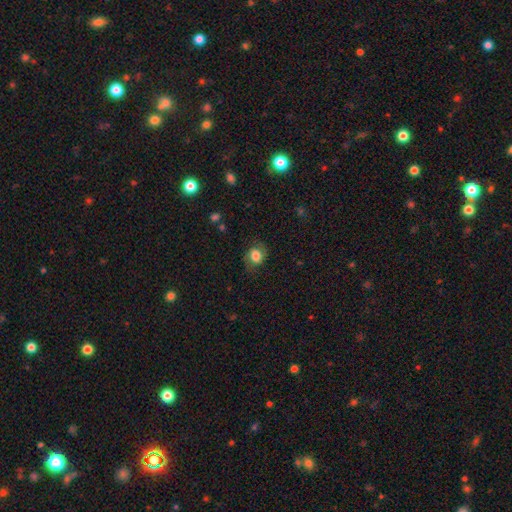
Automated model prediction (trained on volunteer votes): This is likely a smooth galaxy (70%). How rounded: possibly round (60%). Merging: likely none (73%).